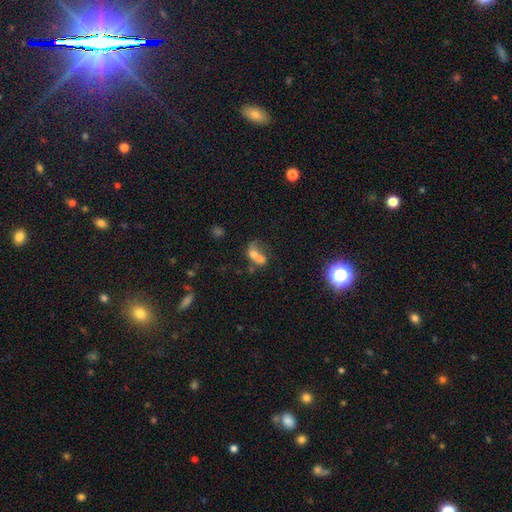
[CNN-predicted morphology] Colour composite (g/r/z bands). It shows a smooth galaxy with no disk features (56%) that is in between round and cigar-shaped (66%). Merging: major disturbance (37%).